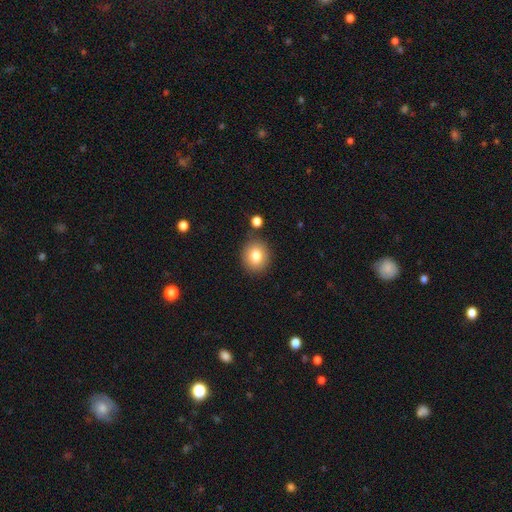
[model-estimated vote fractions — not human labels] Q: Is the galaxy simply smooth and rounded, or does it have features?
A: smooth — 80%.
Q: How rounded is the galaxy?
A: round — 78%.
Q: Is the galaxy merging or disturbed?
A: none — 84%.